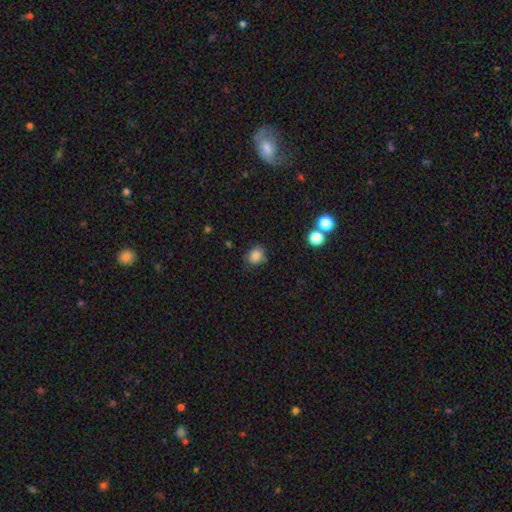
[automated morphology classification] A smooth galaxy with no disk features (84%) that is round (59%).

Vote fractions:
- Smooth or featured? smooth: 84% / star or artifact: 11% / featured or disk: 5%
- How rounded? round: 59% / in between: 40% / cigar-shaped: 1%
- Merging? none: 73% / minor disturbance: 20% / major disturbance: 4% / merger: 3%